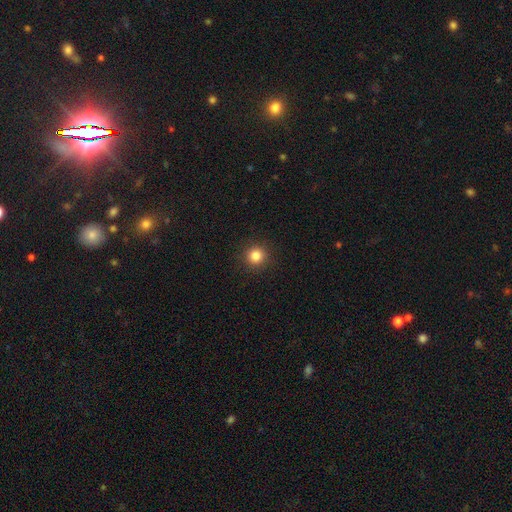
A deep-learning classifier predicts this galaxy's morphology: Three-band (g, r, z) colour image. It shows a smooth galaxy with no disk features (83%) that is round (95%). Merging: none (92%).